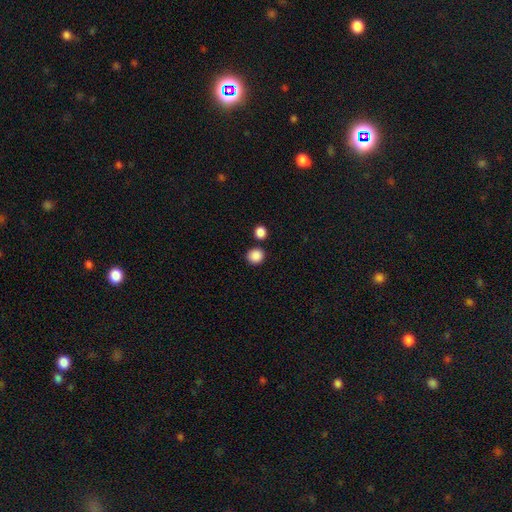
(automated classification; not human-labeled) Q: Smooth or featured?
A: smooth (88%); runner-up: star or artifact (9%)
Q: How rounded?
A: round (87%); runner-up: in between (12%)
Q: Merging?
A: none (82%); runner-up: merger (8%)